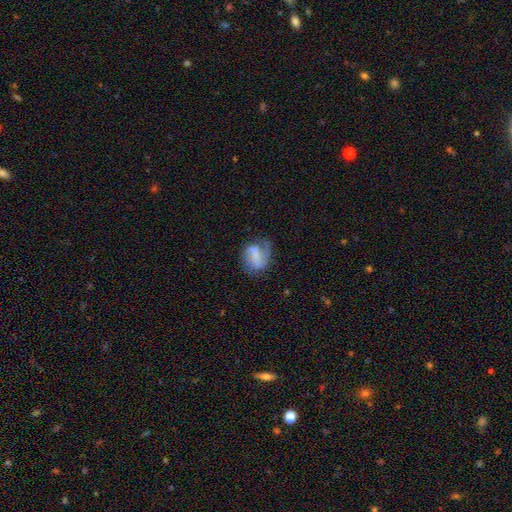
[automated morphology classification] Smooth or featured? featured or disk (65%)
Edge-on disk? no (97%)
Bar? strong (39%)
Spiral arms? yes (86%)
Spiral winding? medium (41%)
Spiral arm count? 2 (74%)
Bulge size? none (53%)
Merging? none (59%)